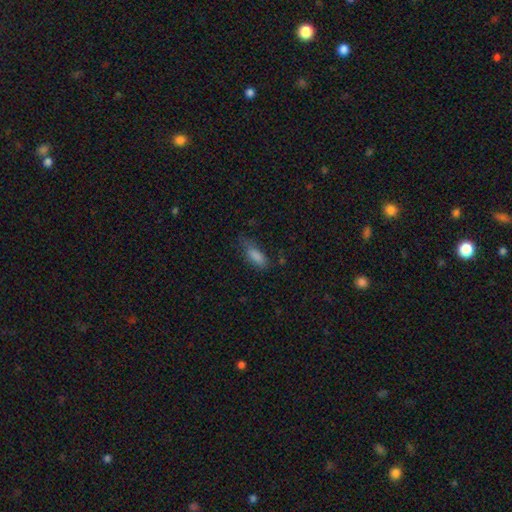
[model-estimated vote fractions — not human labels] smooth 82%, star or artifact 11%, featured or disk 8%. Down the decision tree: how rounded — in between (70%); merging — none (59%).